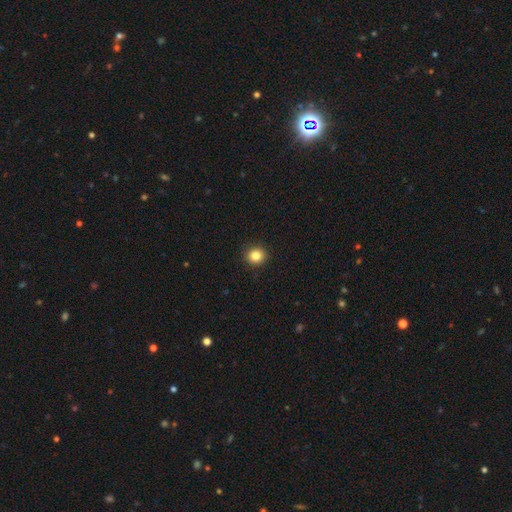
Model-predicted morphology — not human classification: This appears to be a smooth galaxy with no disk features (84%) that is round (90%). Merging: none (92%).